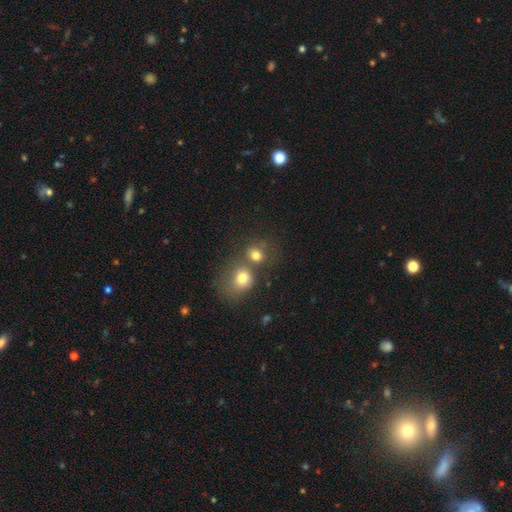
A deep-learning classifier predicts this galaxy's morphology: A smooth galaxy with no disk features (73%) that is round (74%). Merging: merger (48%).